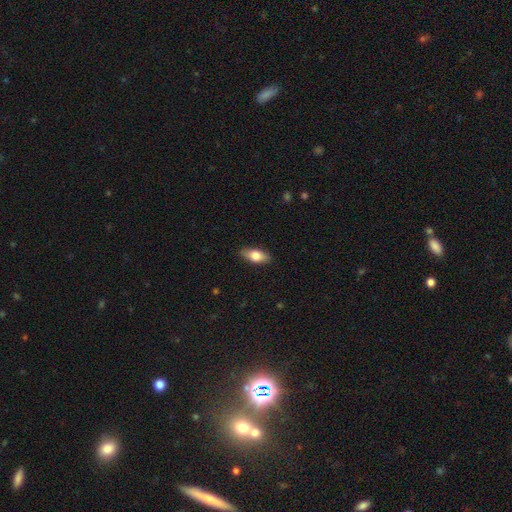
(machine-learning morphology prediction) A smooth galaxy with no disk features (74%) that is in between round and cigar-shaped (81%). Merging: none (88%).